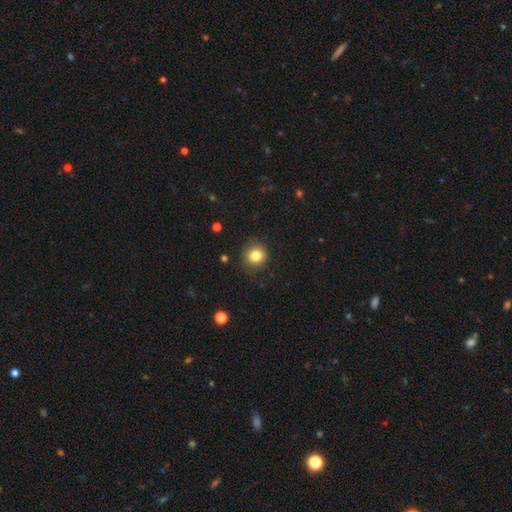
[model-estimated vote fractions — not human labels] This is clearly a smooth galaxy (83%). How rounded: clearly round (90%). Merging: clearly none (85%).